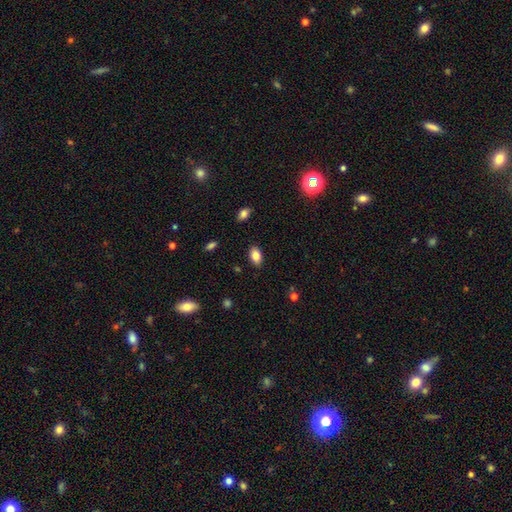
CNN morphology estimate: Smooth or featured? Predicted: smooth (p=0.82). How rounded? Predicted: in between (p=0.91). Merging? Predicted: none (p=0.87).